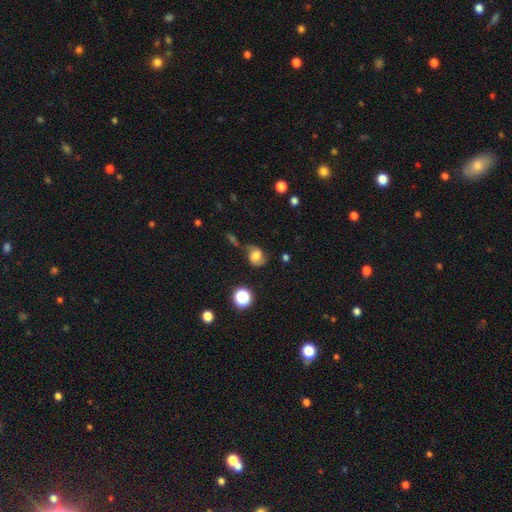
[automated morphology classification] Smooth or featured? Predicted: smooth (p=0.54). How rounded? Predicted: round (p=0.57). Merging? Predicted: none (p=0.52).